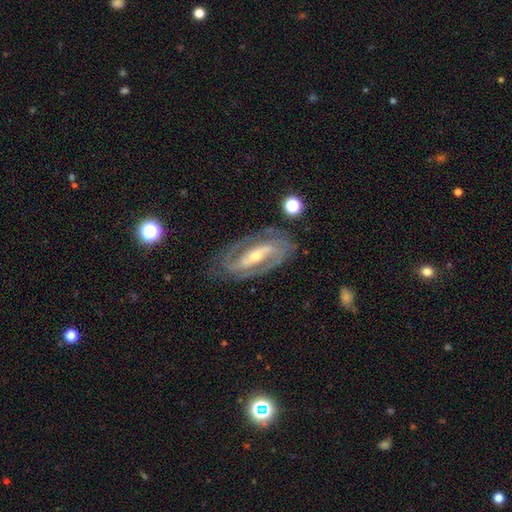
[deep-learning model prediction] Smooth or featured? featured or disk (89%)
Edge-on disk? no (93%)
Bar? strong (58%)
Spiral arms? yes (94%)
Spiral winding? tight (47%)
Spiral arm count? 2 (84%)
Bulge size? small (54%)
Merging? none (78%)